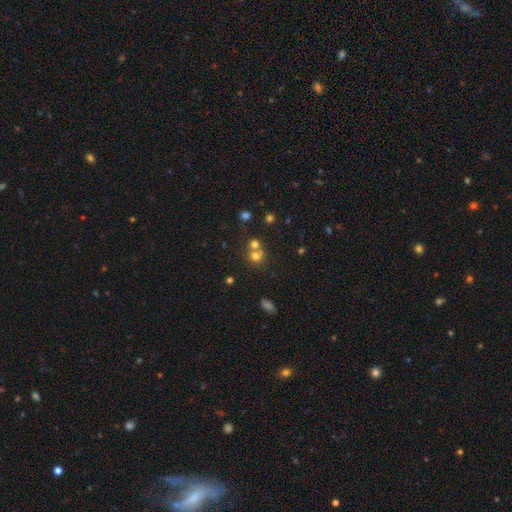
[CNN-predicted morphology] A smooth galaxy with no disk features (68%) that is round (83%).

Vote fractions:
- Smooth or featured? smooth: 68% / star or artifact: 19% / featured or disk: 13%
- How rounded? round: 83% / in between: 16% / cigar-shaped: 1%
- Merging? merger: 46% / none: 44% / minor disturbance: 7% / major disturbance: 3%